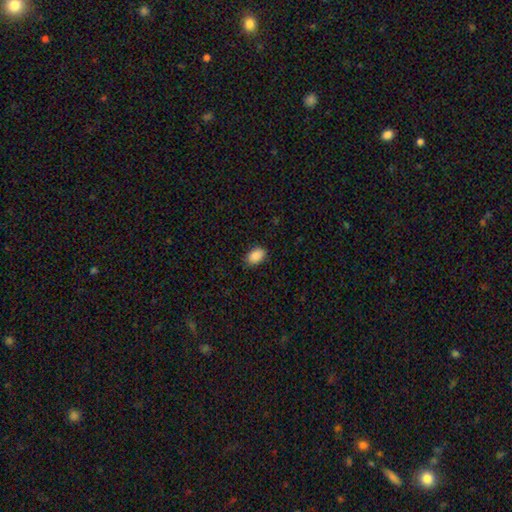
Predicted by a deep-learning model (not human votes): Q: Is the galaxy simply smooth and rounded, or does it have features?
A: smooth — 89%.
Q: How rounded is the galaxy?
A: in between — 89%.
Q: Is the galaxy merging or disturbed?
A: none — 87%.